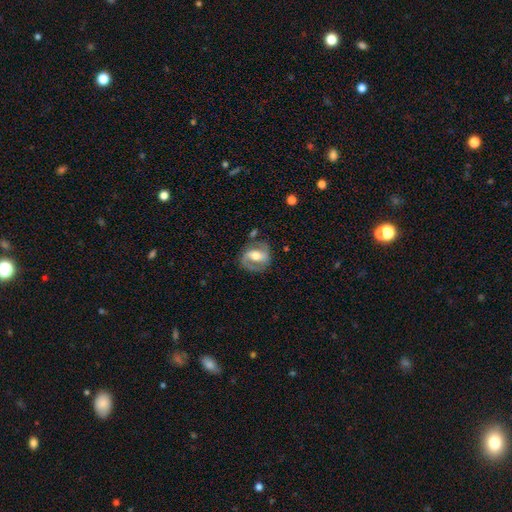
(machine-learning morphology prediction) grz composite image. It shows a featured or disk galaxy (78%) with a weak bar (42%), 2 (82%) medium (50%) spiral arms (89%) and a moderate central bulge (68%). Merging: none (72%).